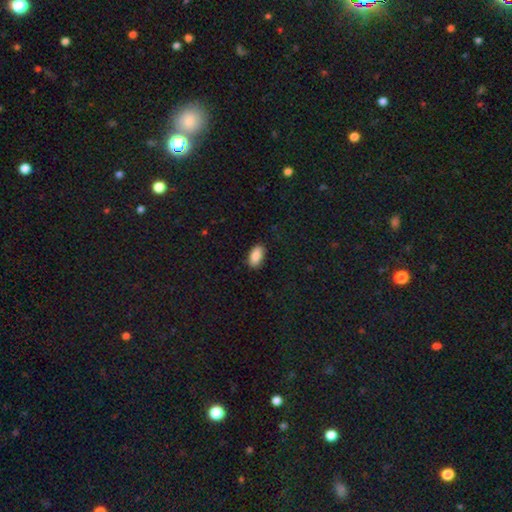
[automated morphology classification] Overall: smooth (89%). How rounded: in between (93%). Merging: none (88%).